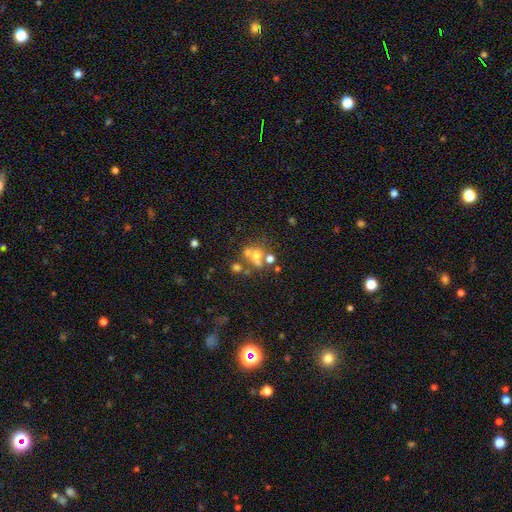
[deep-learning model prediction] This is possibly a smooth galaxy (50%). Merging: marginally merger (41%, tied with none).